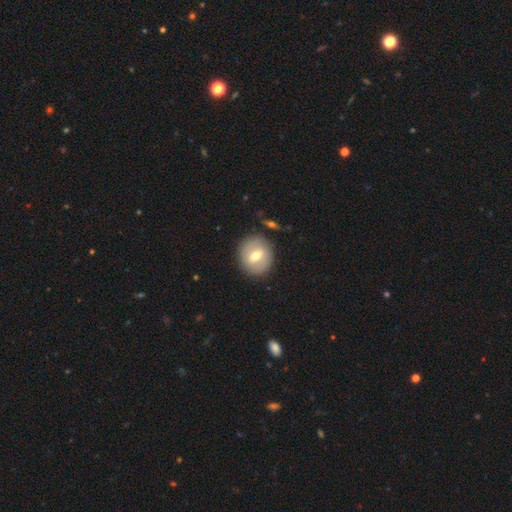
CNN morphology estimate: smooth 56%, featured or disk 36%, star or artifact 7%. Down the decision tree: how rounded — round (81%); merging — none (85%).